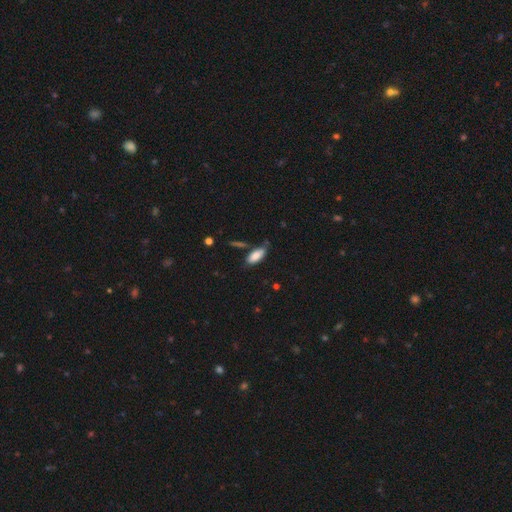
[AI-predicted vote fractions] This is clearly a smooth galaxy (84%). How rounded: likely in between (79%). Merging: likely none (67%).